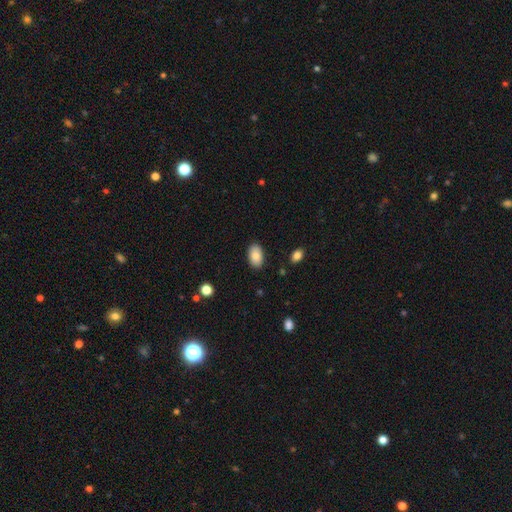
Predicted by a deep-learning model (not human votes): This is clearly a smooth galaxy (86%). How rounded: clearly in between (93%). Merging: clearly none (87%).